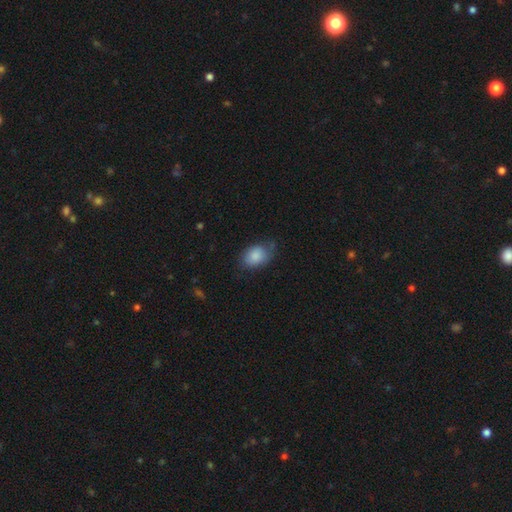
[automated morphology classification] Smooth or featured? smooth (83%)
How rounded? in between (80%)
Merging? none (56%)